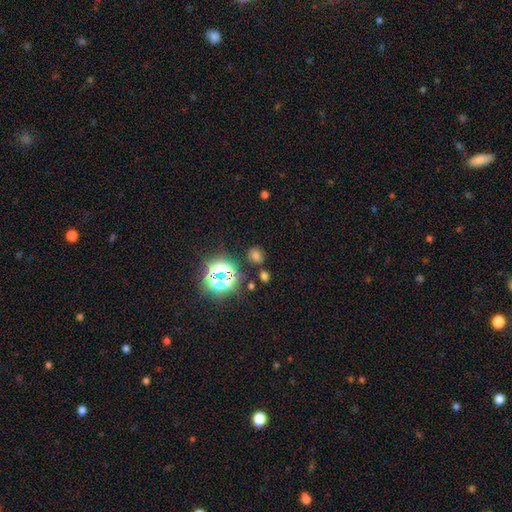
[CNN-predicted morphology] Overall: smooth (57%; star or artifact 35%). How rounded: round (58%; in between 40%). Merging: none (77%).